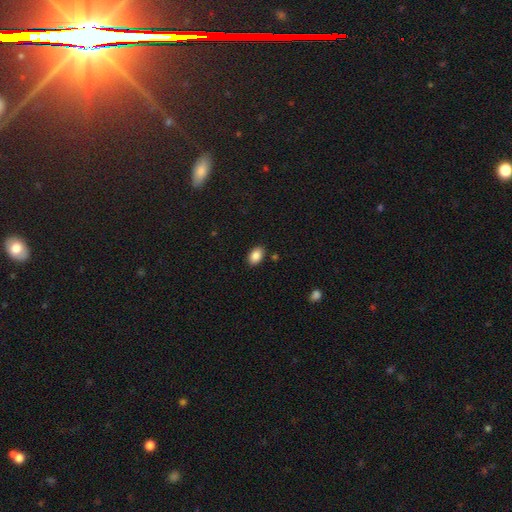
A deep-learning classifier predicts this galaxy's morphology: smooth 87%, star or artifact 8%, featured or disk 5%. Down the decision tree: how rounded — in between (88%); merging — none (87%).